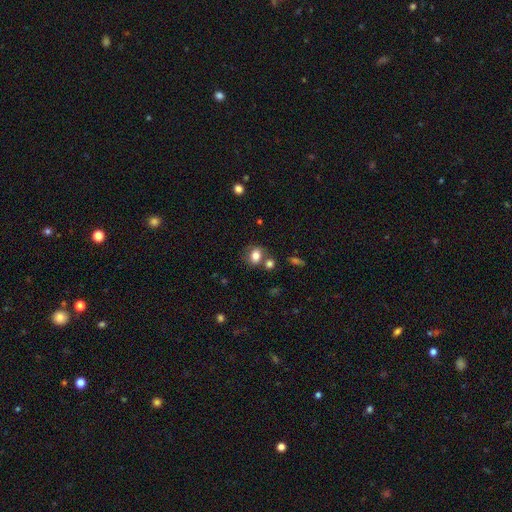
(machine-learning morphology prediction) Smooth or featured?
  - smooth: 79% *
  - featured or disk: 11%
  - star or artifact: 10%
How rounded?
  - in between: 58% *
  - round: 40%
  - cigar-shaped: 1%
Merging?
  - none: 61% *
  - merger: 18%
  - minor disturbance: 16%
  - major disturbance: 5%